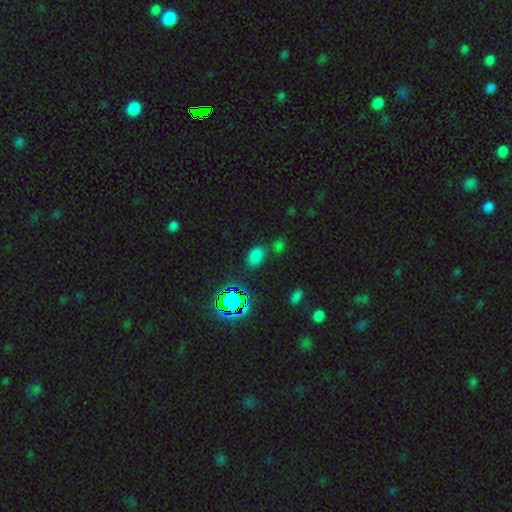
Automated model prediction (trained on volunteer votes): Smooth or featured? Predicted: smooth (p=0.66). How rounded? Predicted: in between (p=0.85). Merging? Predicted: none (p=0.73).